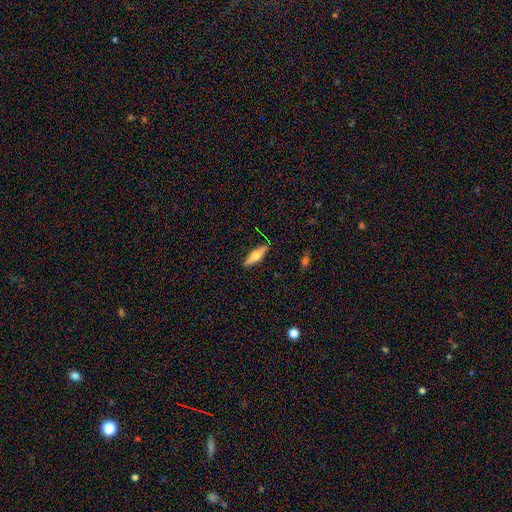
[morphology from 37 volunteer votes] Smooth or featured? 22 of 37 (59%) said smooth. How rounded? 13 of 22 (59%) said in between. Merging? 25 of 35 (71%) said none.